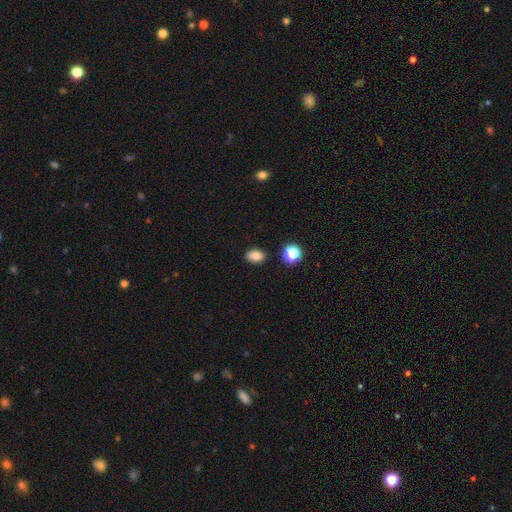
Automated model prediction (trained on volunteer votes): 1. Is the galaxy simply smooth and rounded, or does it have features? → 84% smooth, 12% star or artifact, 4% featured or disk.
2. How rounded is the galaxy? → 80% in between, 19% round, 1% cigar-shaped.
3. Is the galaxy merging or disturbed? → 85% none, 10% minor disturbance, 3% merger, 2% major disturbance.